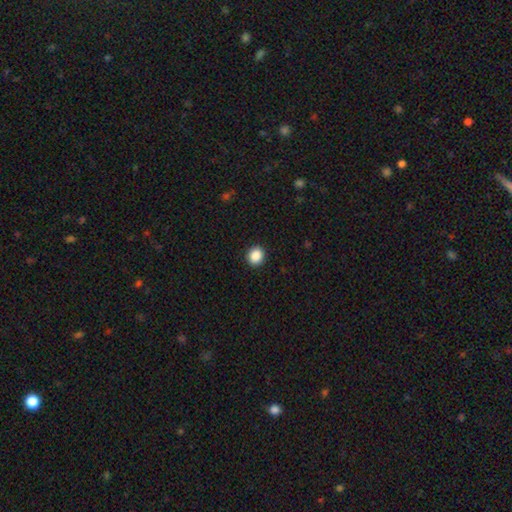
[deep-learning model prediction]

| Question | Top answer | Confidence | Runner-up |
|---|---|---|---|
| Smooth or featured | smooth | 88% | star or artifact (9%) |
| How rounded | round | 79% | in between (21%) |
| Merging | none | 92% | minor disturbance (5%) |